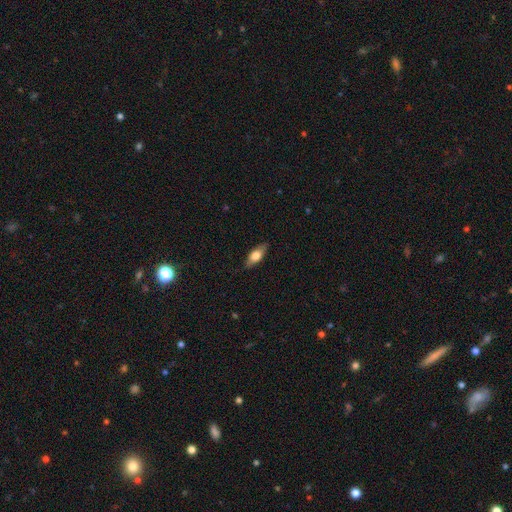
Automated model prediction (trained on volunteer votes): Smooth or featured? Predicted: smooth (p=0.63). How rounded? Predicted: in between (p=0.74). Merging? Predicted: none (p=0.83).